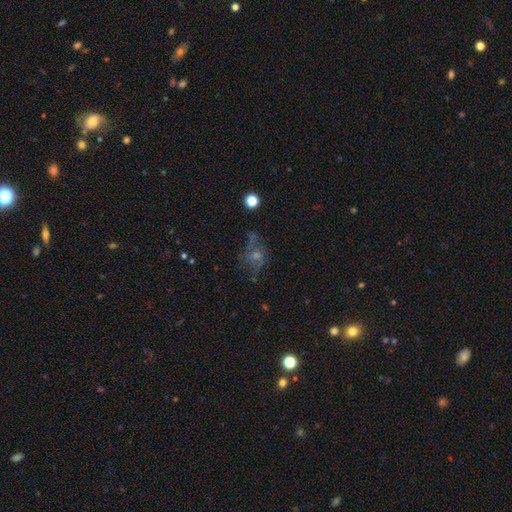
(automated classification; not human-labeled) smooth-or-featured: featured or disk: 43% | star or artifact: 31% | smooth: 26%
  merging: none: 54% | major disturbance: 22% | minor disturbance: 19% | merger: 5%